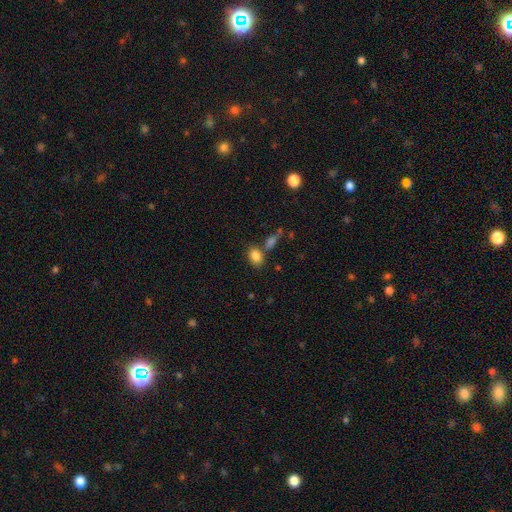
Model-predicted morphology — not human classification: smooth 84%, star or artifact 9%, featured or disk 7%. Down the decision tree: how rounded — in between (77%); merging — none (64%).